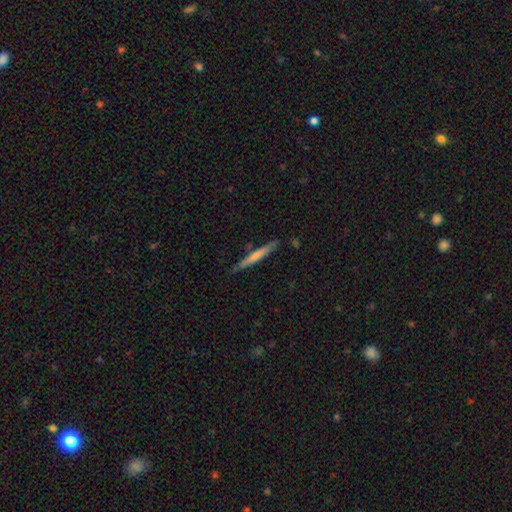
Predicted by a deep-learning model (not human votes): A smooth galaxy with no disk features (61%) that is cigar-shaped (96%).

Vote fractions:
- Smooth or featured? smooth: 61% / featured or disk: 34% / star or artifact: 5%
- How rounded? cigar-shaped: 96% / in between: 3% / round: 1%
- Merging? none: 82% / minor disturbance: 13% / merger: 3% / major disturbance: 2%